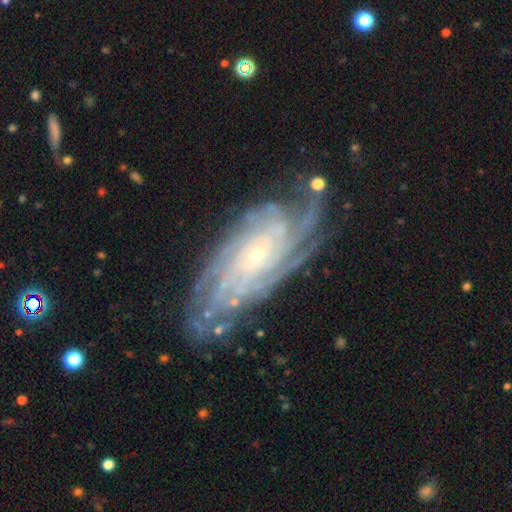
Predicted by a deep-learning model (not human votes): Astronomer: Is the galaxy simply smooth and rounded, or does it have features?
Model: featured or disk — 90%.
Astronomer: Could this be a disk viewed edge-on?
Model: no — 95%.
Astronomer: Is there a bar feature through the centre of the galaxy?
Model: no — 72%.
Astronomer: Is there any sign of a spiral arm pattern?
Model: yes — 98%.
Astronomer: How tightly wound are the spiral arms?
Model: tight — 78%.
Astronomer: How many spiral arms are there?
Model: more than 4 — 29% (runner-up: 4, 27%).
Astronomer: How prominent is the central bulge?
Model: small — 84%.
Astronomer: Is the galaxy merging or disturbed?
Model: none — 76%.